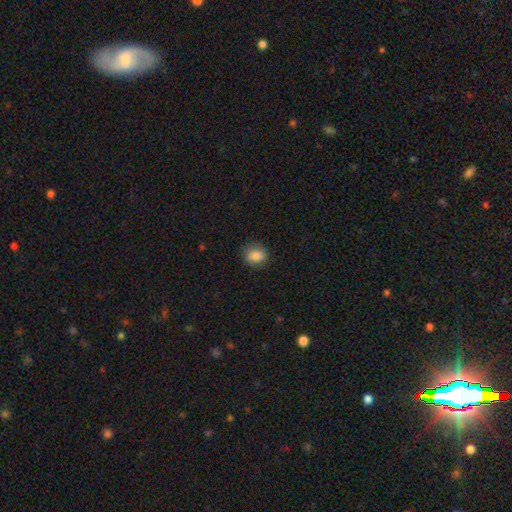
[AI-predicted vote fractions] smooth-or-featured: smooth: 85% | star or artifact: 9% | featured or disk: 6%
  how-rounded: round: 65% | in between: 34% | cigar-shaped: 1%
  merging: none: 83% | minor disturbance: 13% | major disturbance: 3% | merger: 1%